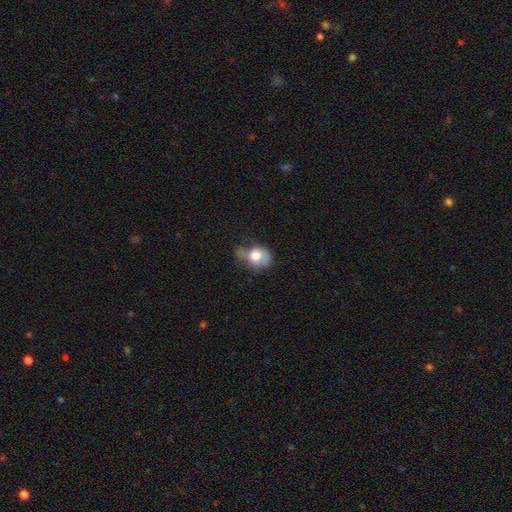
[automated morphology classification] This appears to be a smooth galaxy with no disk features (72%) that is round (49%, tied with in between). Merging: minor disturbance (35%).